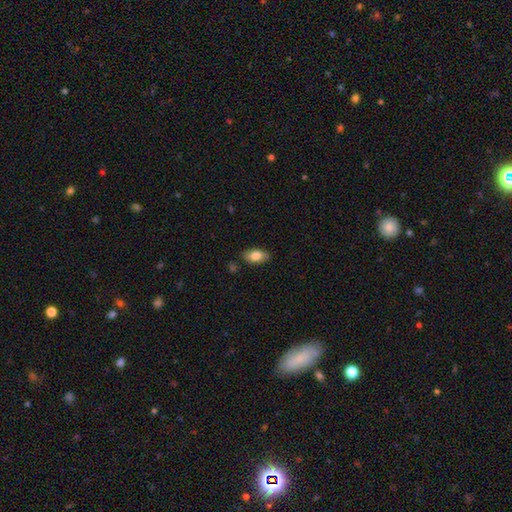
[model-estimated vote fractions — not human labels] smooth_or_featured: smooth (p=0.79) [alt: featured or disk p=0.14]
how_rounded: in between (p=0.90) [alt: cigar-shaped p=0.05]
merging: none (p=0.84) [alt: minor disturbance p=0.12]